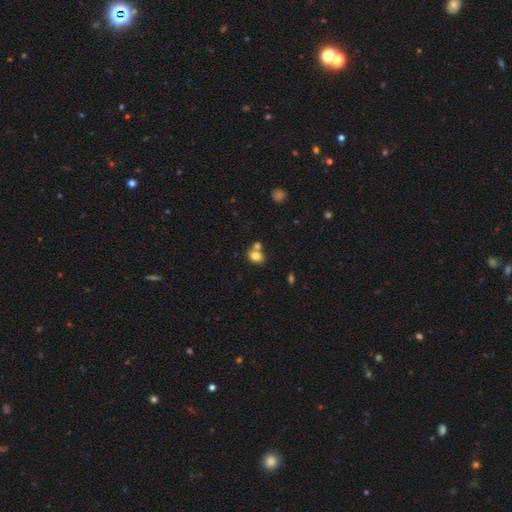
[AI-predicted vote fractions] Morphology: type=smooth (79%); roundness=in between (58%); merging=none (47%).